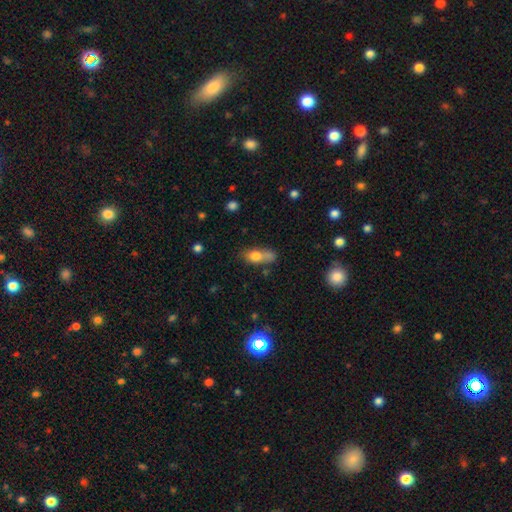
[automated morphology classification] This appears to be a smooth galaxy with no disk features (74%) that is in between round and cigar-shaped (70%). Merging: none (39%).